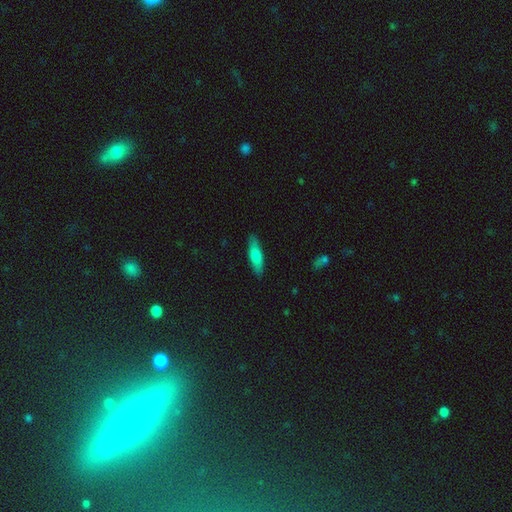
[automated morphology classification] This is likely a smooth galaxy (69%). How rounded: likely cigar-shaped (60%). Merging: clearly none (88%).